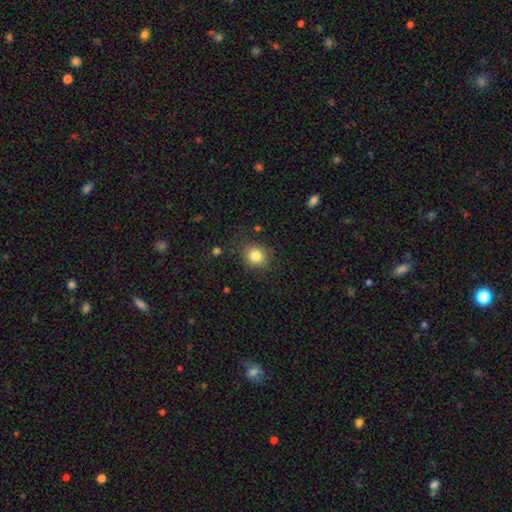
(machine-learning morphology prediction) Smooth or featured? smooth (83%)
How rounded? round (77%)
Merging? none (82%)